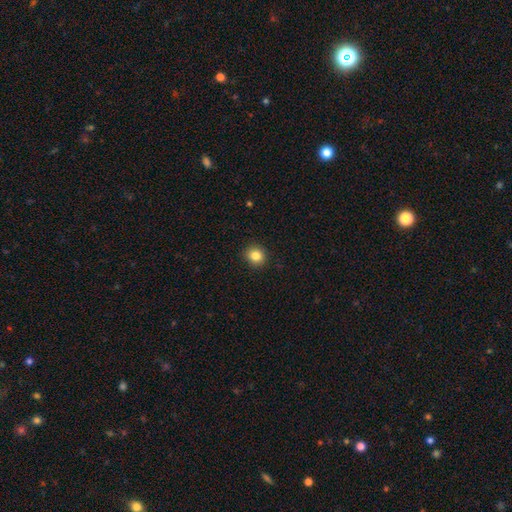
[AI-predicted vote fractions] Overall: smooth (83%). How rounded: round (86%). Merging: none (92%).